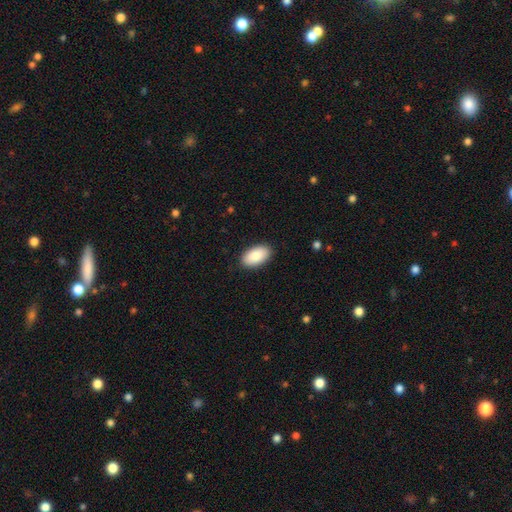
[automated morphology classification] A smooth galaxy with no disk features (86%) that is in between round and cigar-shaped (95%).

Vote fractions:
- Smooth or featured? smooth: 86% / featured or disk: 8% / star or artifact: 6%
- How rounded? in between: 95% / round: 3% / cigar-shaped: 2%
- Merging? none: 89% / minor disturbance: 8% / major disturbance: 2% / merger: 1%